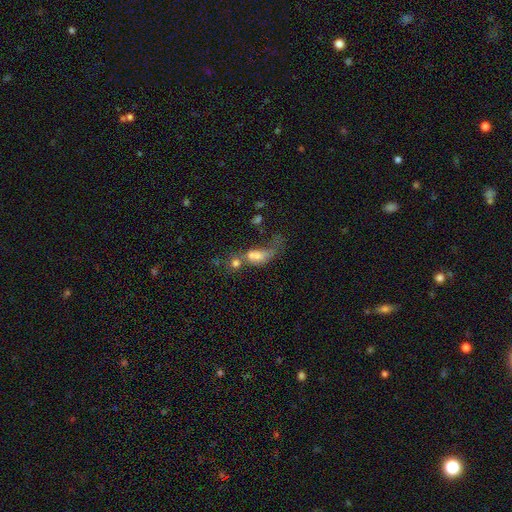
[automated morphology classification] Smooth or featured? smooth (55%)
How rounded? in between (64%)
Merging? merger (58%)